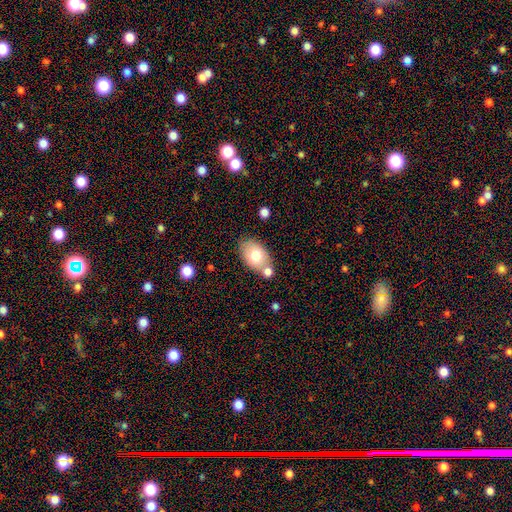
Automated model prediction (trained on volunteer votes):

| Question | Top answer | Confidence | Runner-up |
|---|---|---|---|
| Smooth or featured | smooth | 72% | featured or disk (20%) |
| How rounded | in between | 88% | round (11%) |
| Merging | none | 64% | merger (18%) |